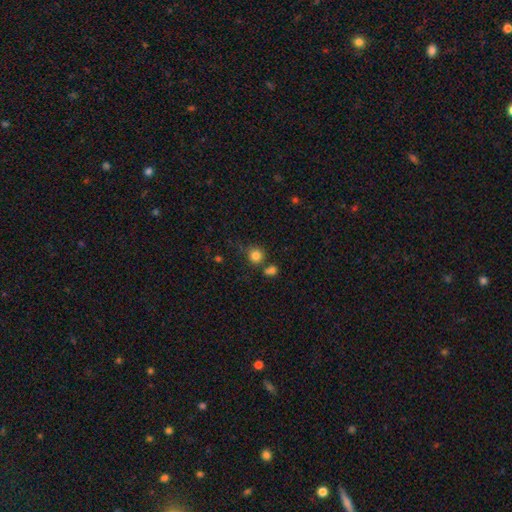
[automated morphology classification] A smooth galaxy with no disk features (82%) that is round (91%).

Vote fractions:
- Smooth or featured? smooth: 82% / star or artifact: 12% / featured or disk: 6%
- How rounded? round: 91% / in between: 8% / cigar-shaped: 1%
- Merging? none: 68% / merger: 17% / minor disturbance: 11% / major disturbance: 4%